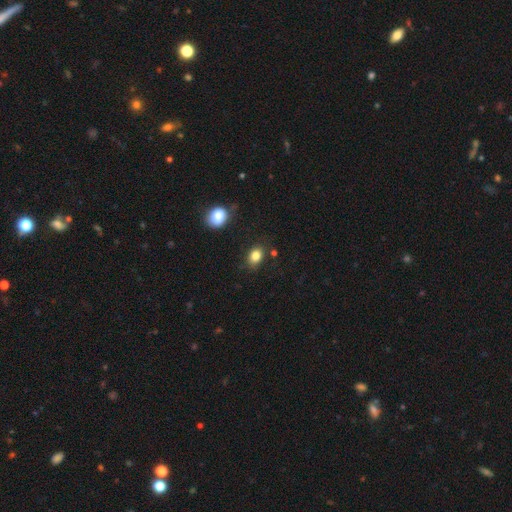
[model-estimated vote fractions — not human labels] This appears to be a smooth galaxy with no disk features (84%) that is in between round and cigar-shaped (69%). Merging: none (79%).